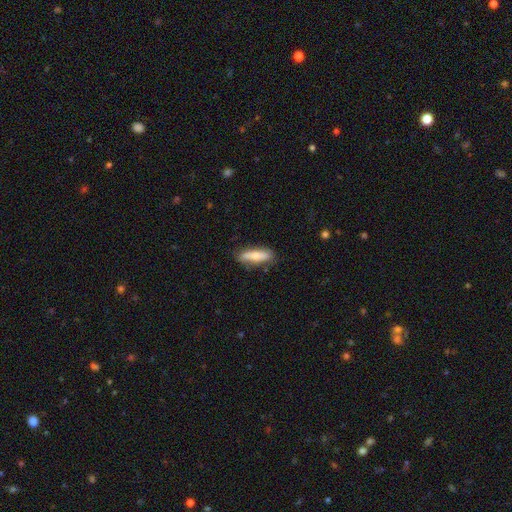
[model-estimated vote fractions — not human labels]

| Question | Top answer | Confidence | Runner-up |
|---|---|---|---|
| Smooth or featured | smooth | 67% | featured or disk (27%) |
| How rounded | cigar-shaped | 62% | in between (36%) |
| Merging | none | 80% | minor disturbance (15%) |